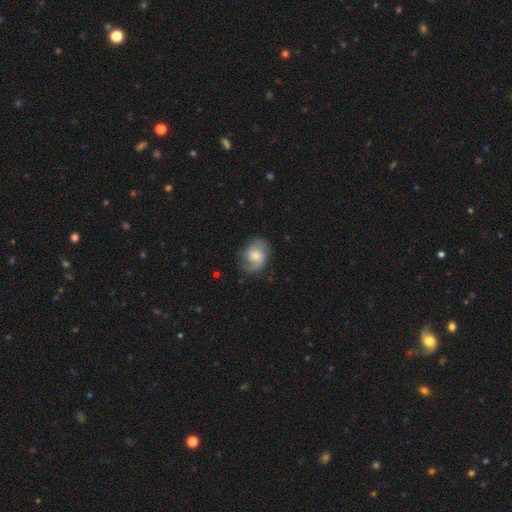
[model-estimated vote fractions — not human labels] Smooth or featured: featured or disk — 64% (smooth — 29%)
Edge-on disk: no — 97% (yes — 3%)
Bar: no — 65% (weak — 30%)
Spiral arms: yes — 91% (no — 9%)
Spiral winding: medium — 46% (loose — 29%)
Spiral arm count: 2 — 73% (1 — 14%)
Bulge size: moderate — 53% (small — 34%)
Merging: none — 71% (minor disturbance — 19%)